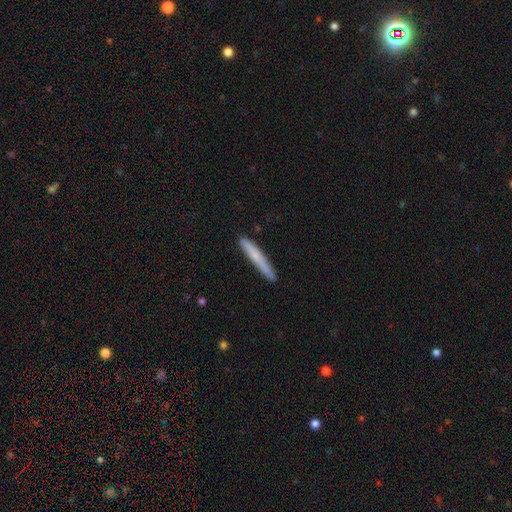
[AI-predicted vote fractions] smooth-or-featured: smooth: 68% | featured or disk: 26% | star or artifact: 6%
  how-rounded: cigar-shaped: 96% | in between: 3% | round: 1%
  merging: none: 85% | minor disturbance: 12% | major disturbance: 2% | merger: 1%